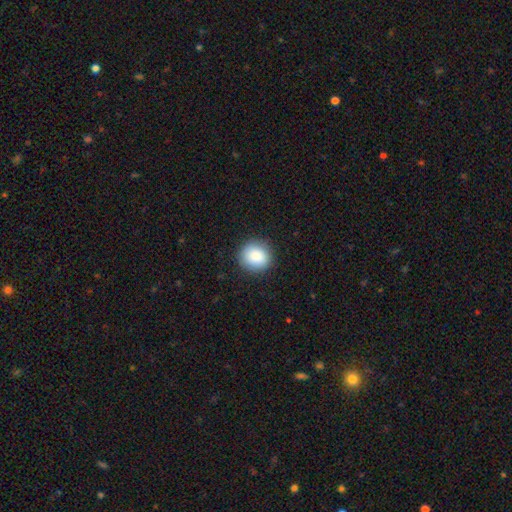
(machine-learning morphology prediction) Overall: smooth (87%). How rounded: round (86%). Merging: none (89%).